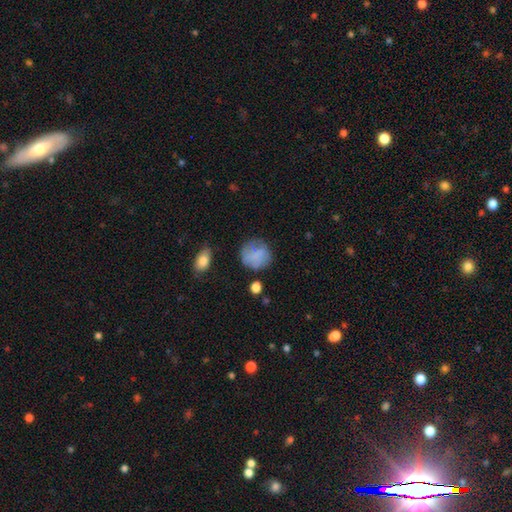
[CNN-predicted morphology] The model was most divided on "merging": none: 64%, minor disturbance: 22%, major disturbance: 10%, merger: 4%. More confident: how rounded — round (84%); smooth or featured — smooth (74%).